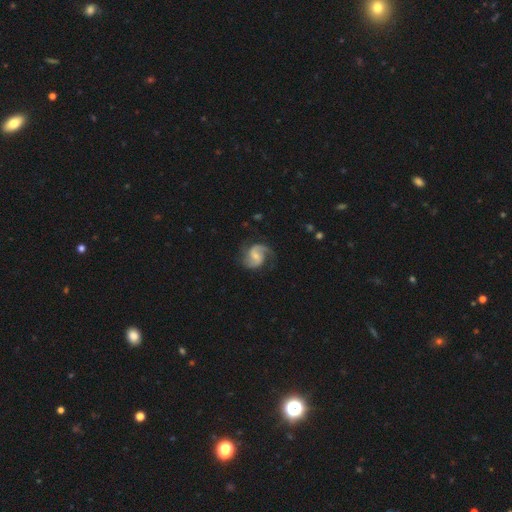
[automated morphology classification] A featured or disk galaxy (87%) with a weak bar (50%), 2 (89%) medium (53%) spiral arms (97%) and a small central bulge (52%).

Vote fractions:
- Smooth or featured? featured or disk: 87% / smooth: 8% / star or artifact: 5%
- Edge-on disk? no: 98% / yes: 2%
- Bar? weak: 50% / no: 36% / strong: 15%
- Spiral arms? yes: 97% / no: 3%
- Spiral winding? medium: 53% / loose: 30% / tight: 17%
- Spiral arm count? 2: 89% / 1: 4% / can't tell: 3% / 3: 2% / 4: 1% / more than 4: 1%
- Bulge size? small: 52% / moderate: 35% / none: 10% / large: 3% / dominant: 1%
- Merging? none: 74% / minor disturbance: 17% / major disturbance: 8% / merger: 1%